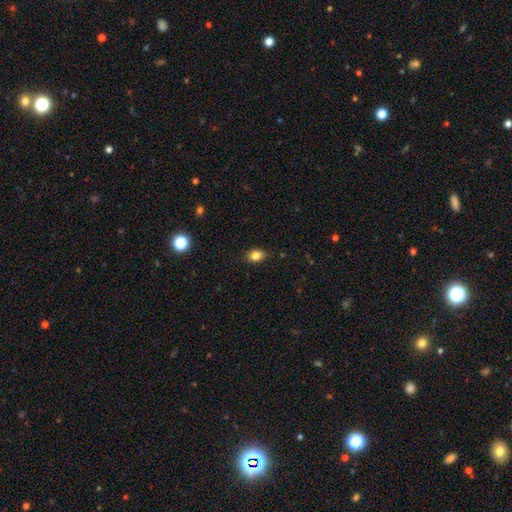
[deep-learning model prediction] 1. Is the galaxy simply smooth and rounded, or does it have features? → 82% smooth, 11% star or artifact, 7% featured or disk.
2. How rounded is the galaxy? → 69% in between, 29% round, 2% cigar-shaped.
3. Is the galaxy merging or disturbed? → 84% none, 13% minor disturbance, 2% major disturbance, 1% merger.